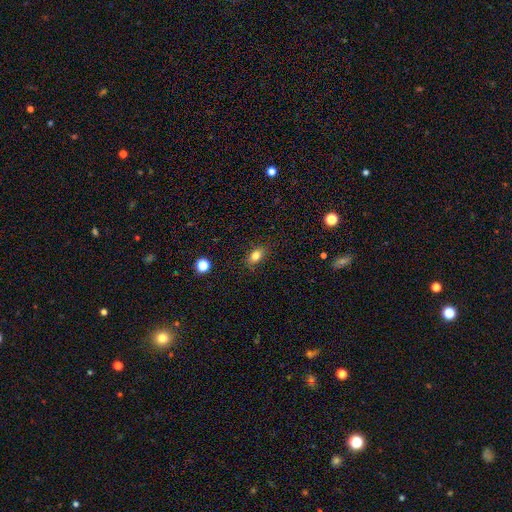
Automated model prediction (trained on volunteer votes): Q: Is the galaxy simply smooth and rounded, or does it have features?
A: smooth — 81%.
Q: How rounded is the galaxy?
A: in between — 79%.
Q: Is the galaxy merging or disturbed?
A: none — 86%.